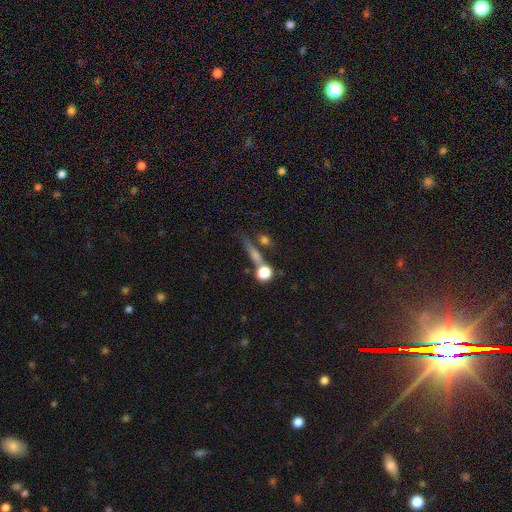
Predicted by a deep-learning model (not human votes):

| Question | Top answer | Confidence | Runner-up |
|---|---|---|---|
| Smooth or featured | smooth | 54% | featured or disk (24%) |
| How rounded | cigar-shaped | 43% | round (37%) |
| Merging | none | 61% | merger (18%) |